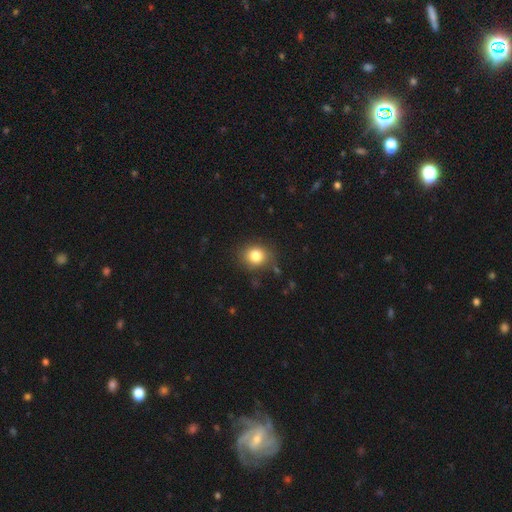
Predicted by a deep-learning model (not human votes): Smooth or featured? smooth (82%)
How rounded? round (70%)
Merging? none (82%)